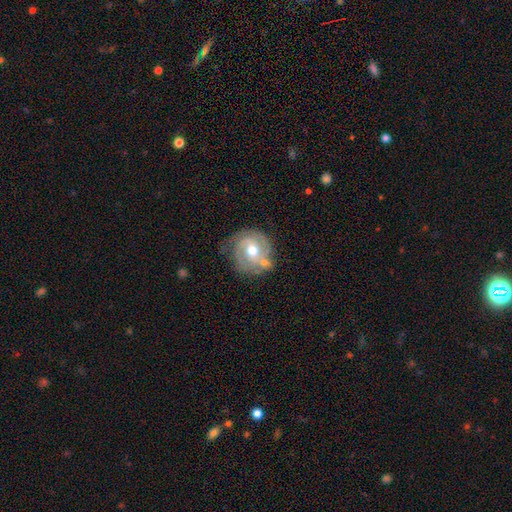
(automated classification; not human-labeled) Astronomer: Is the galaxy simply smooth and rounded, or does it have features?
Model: featured or disk — 75%.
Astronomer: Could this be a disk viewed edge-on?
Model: no — 97%.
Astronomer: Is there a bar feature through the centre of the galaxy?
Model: no — 50% (runner-up: weak, 38%).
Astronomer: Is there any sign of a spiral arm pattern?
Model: yes — 86%.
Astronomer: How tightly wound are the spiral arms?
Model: tight — 57% (runner-up: medium, 33%).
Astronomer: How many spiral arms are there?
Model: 2 — 54%.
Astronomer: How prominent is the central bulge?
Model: moderate — 76%.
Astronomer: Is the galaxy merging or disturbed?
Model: none — 60%.